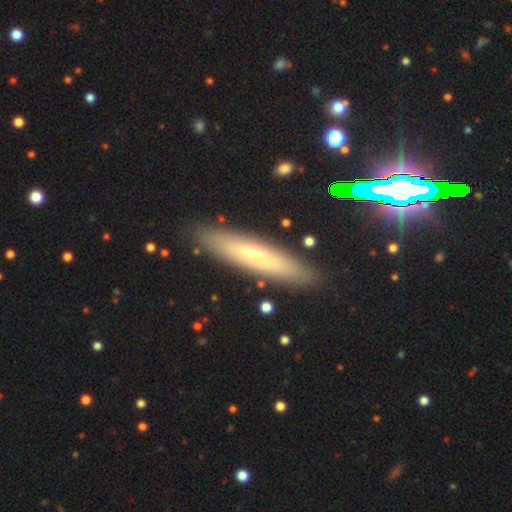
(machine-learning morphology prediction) smooth-or-featured: smooth: 47% | featured or disk: 44% | star or artifact: 9%
  merging: none: 88% | minor disturbance: 8% | major disturbance: 2% | merger: 1%